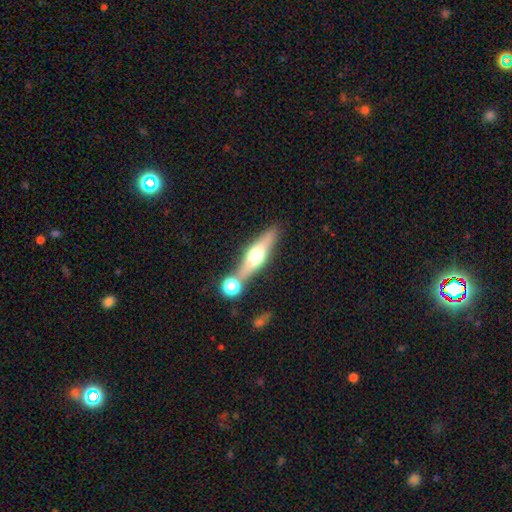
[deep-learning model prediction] Smooth or featured? featured or disk (56%)
Edge-on disk? yes (90%)
Merging? none (68%)